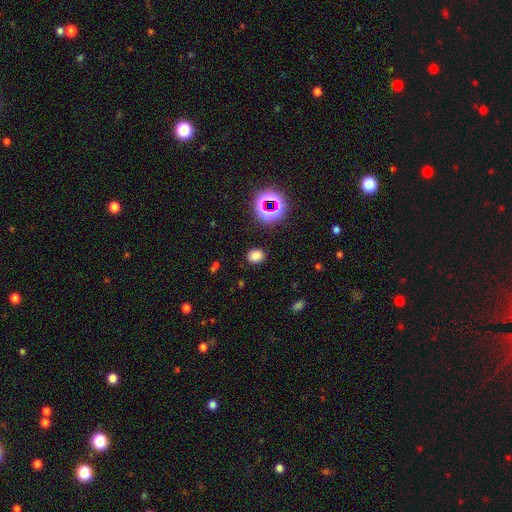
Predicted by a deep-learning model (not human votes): A smooth galaxy with no disk features (74%) that is round (59%). Merging: none (87%).